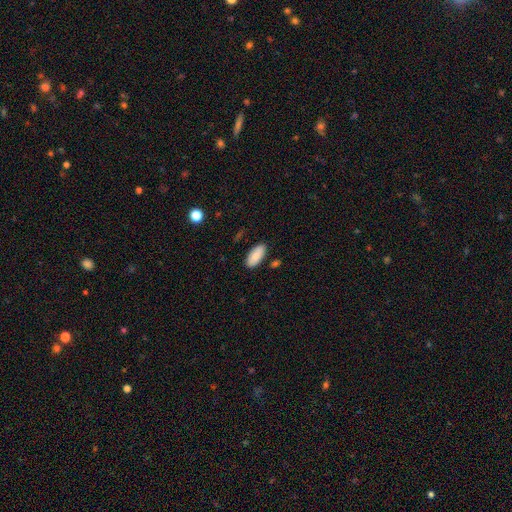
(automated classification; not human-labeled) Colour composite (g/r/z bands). It shows a smooth galaxy with no disk features (85%) that is in between round and cigar-shaped (91%). Merging: none (86%).